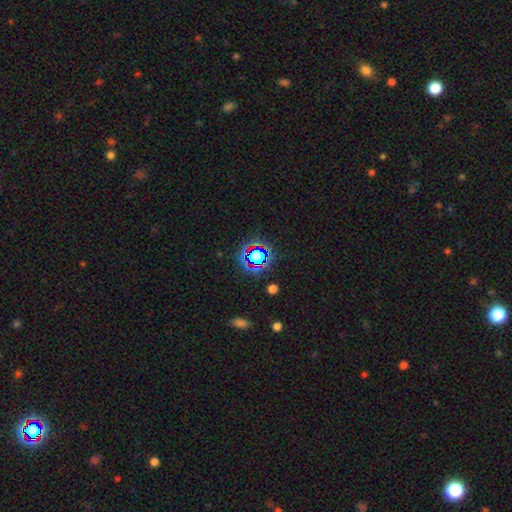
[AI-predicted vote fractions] Smooth or featured?
  - star or artifact: 60% *
  - smooth: 29%
  - featured or disk: 11%